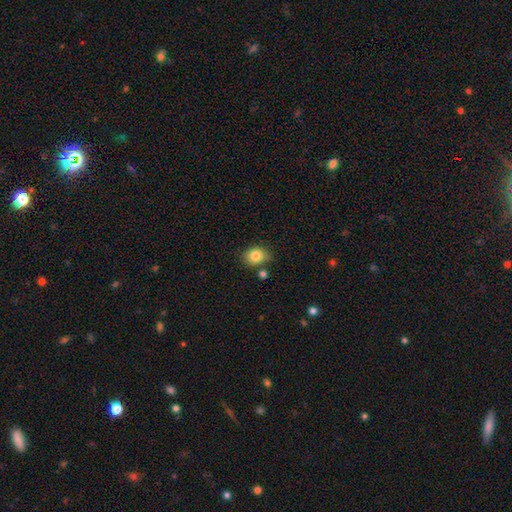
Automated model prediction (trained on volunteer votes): smooth 83%, star or artifact 9%, featured or disk 8%. Down the decision tree: how rounded — in between (55%); merging — none (72%).